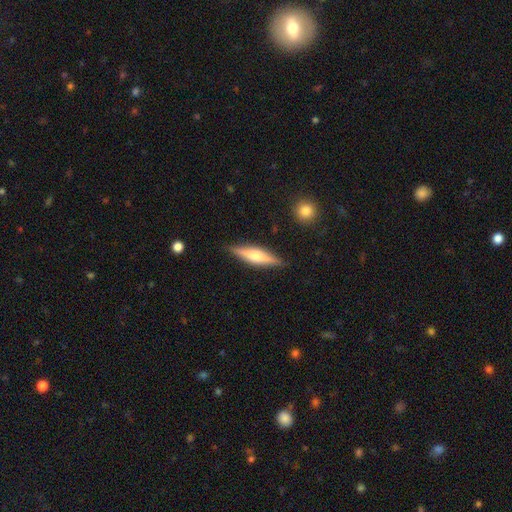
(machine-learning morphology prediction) Smooth or featured? Predicted: featured or disk (p=0.57). Edge-on disk? Predicted: yes (p=0.95). Edge-on bulge? Predicted: rounded (p=0.68). Merging? Predicted: none (p=0.87).